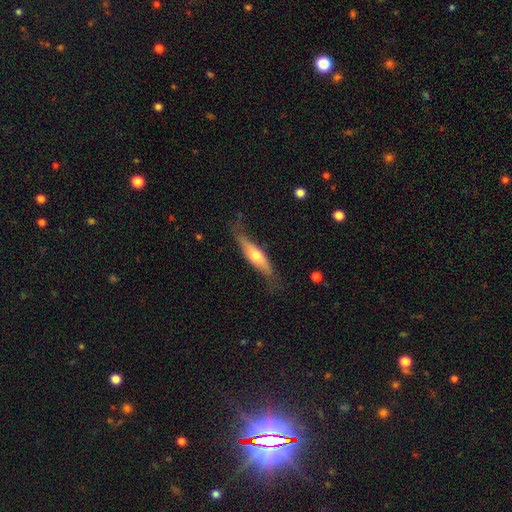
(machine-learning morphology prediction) The model was most divided on "smooth or featured": smooth: 48%, featured or disk: 47%, star or artifact: 5%. More confident: merging — none (64%).